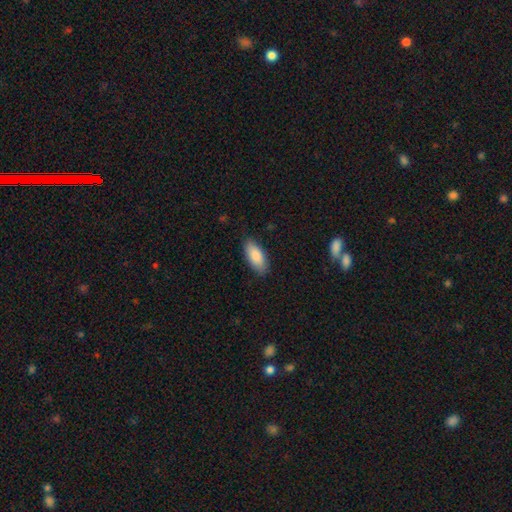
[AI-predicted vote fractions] A smooth galaxy with no disk features (86%) that is in between round and cigar-shaped (87%). Merging: none (85%).